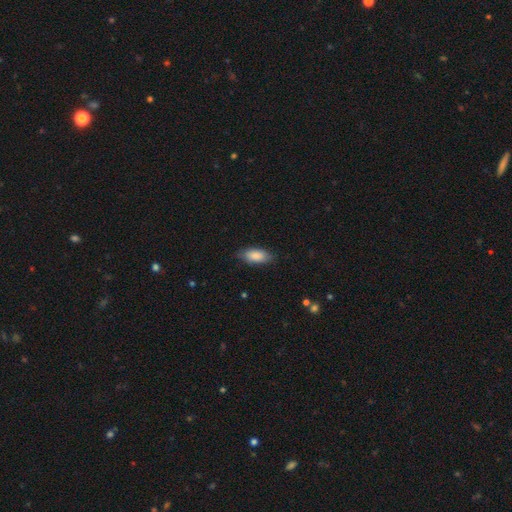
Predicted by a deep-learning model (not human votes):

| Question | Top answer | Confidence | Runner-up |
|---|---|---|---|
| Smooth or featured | smooth | 86% | featured or disk (8%) |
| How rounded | in between | 88% | cigar-shaped (10%) |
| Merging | none | 81% | minor disturbance (15%) |